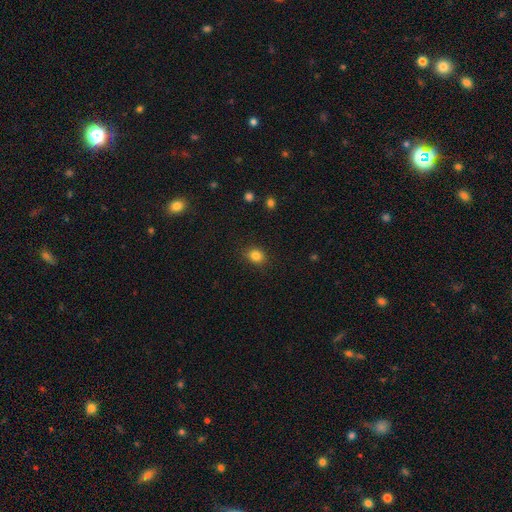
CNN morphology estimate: A smooth galaxy with no disk features (84%) that is round (61%).

Vote fractions:
- Smooth or featured? smooth: 84% / star or artifact: 11% / featured or disk: 5%
- How rounded? round: 61% / in between: 38% / cigar-shaped: 1%
- Merging? none: 85% / minor disturbance: 11% / major disturbance: 3% / merger: 1%